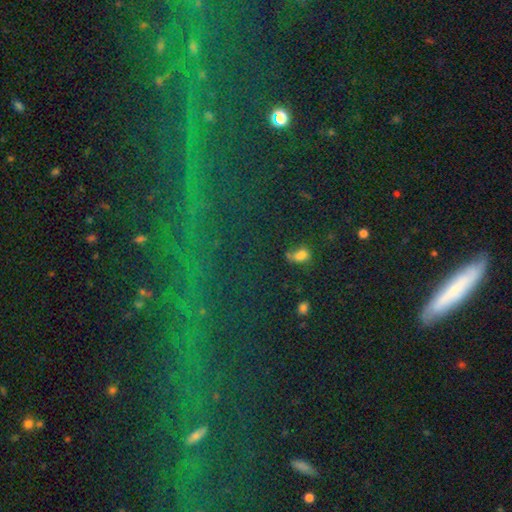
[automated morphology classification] smooth-or-featured: star or artifact: 71% | smooth: 18% | featured or disk: 11%